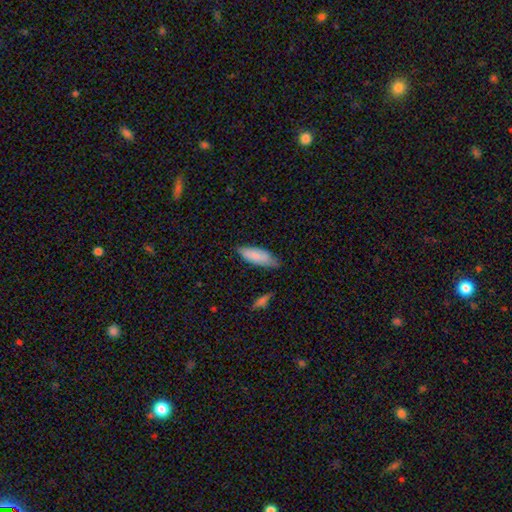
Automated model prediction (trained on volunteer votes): Smooth or featured? smooth (84%)
How rounded? in between (69%)
Merging? none (70%)